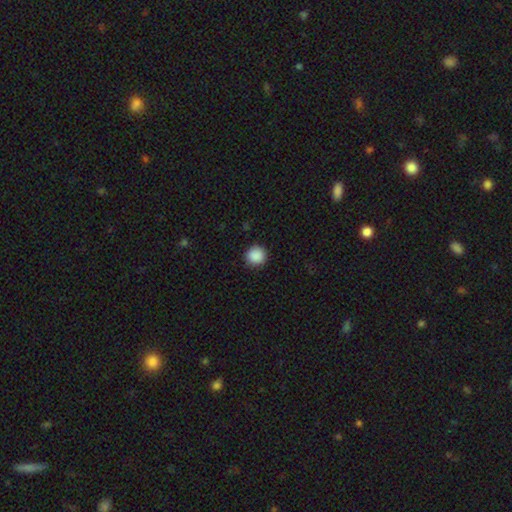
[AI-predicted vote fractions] Smooth or featured? smooth (89%)
How rounded? round (94%)
Merging? none (90%)